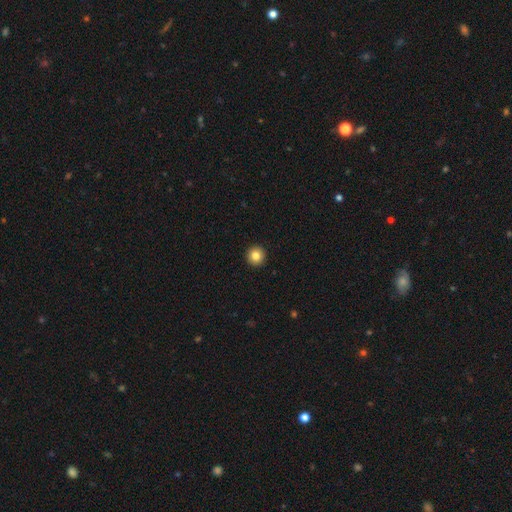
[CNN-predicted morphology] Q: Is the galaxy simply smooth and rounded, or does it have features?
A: smooth — 84%.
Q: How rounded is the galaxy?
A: round — 96%.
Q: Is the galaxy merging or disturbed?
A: none — 94%.